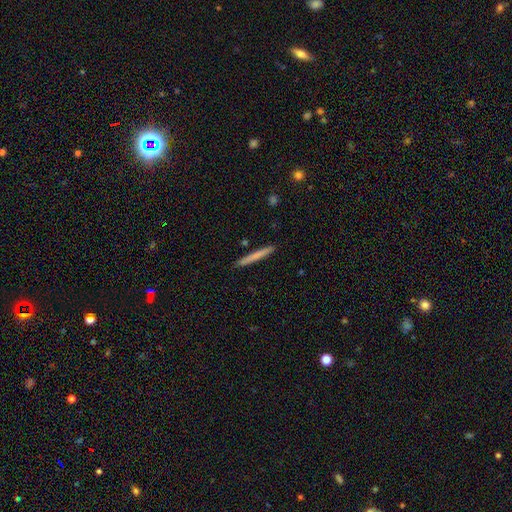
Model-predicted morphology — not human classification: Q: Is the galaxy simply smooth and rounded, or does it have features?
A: smooth — 71%.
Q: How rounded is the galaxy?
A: cigar-shaped — 97%.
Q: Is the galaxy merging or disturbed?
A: none — 91%.